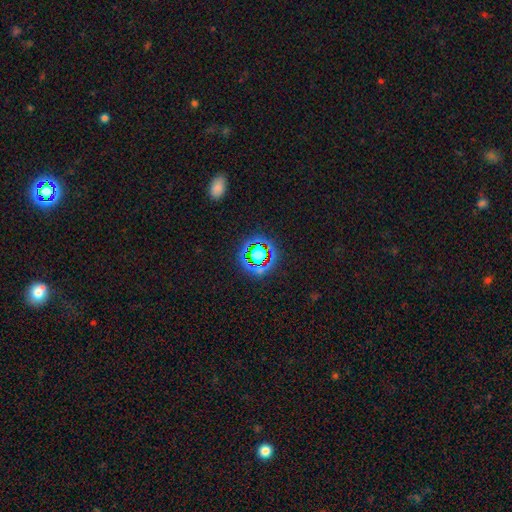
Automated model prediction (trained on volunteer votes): Smooth or featured?
  - star or artifact: 57% *
  - smooth: 30%
  - featured or disk: 13%